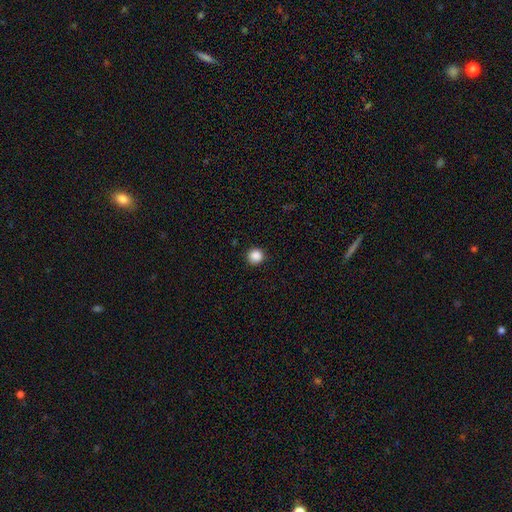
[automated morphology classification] smooth-or-featured: smooth: 88% | star or artifact: 10% | featured or disk: 2%
  how-rounded: round: 94% | in between: 5% | cigar-shaped: 1%
  merging: none: 91% | minor disturbance: 6% | major disturbance: 2% | merger: 1%